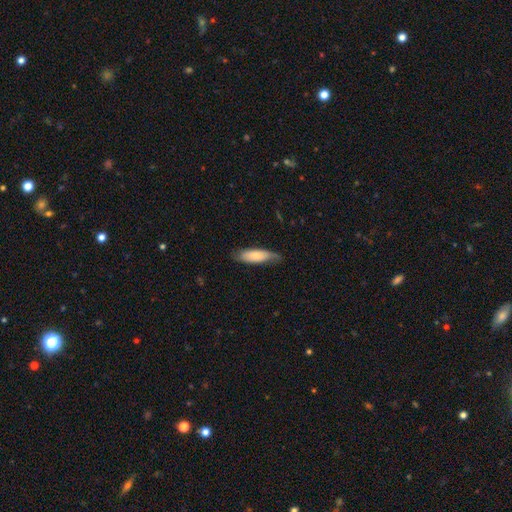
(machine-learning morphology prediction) Q: Smooth or featured?
A: smooth (73%); runner-up: featured or disk (21%)
Q: How rounded?
A: in between (50%); runner-up: cigar-shaped (49%)
Q: Merging?
A: none (67%); runner-up: minor disturbance (26%)